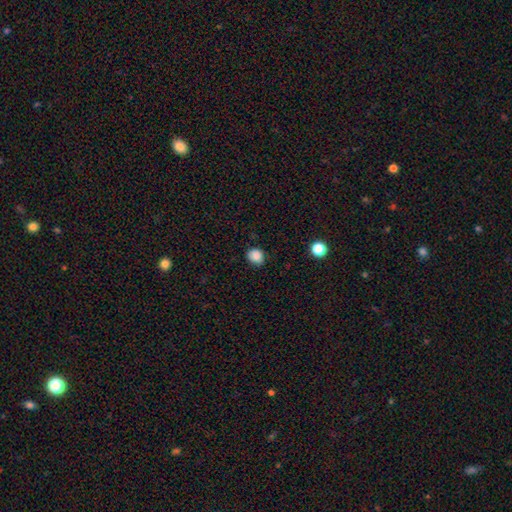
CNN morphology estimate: Smooth or featured? smooth (86%)
How rounded? round (77%)
Merging? none (79%)